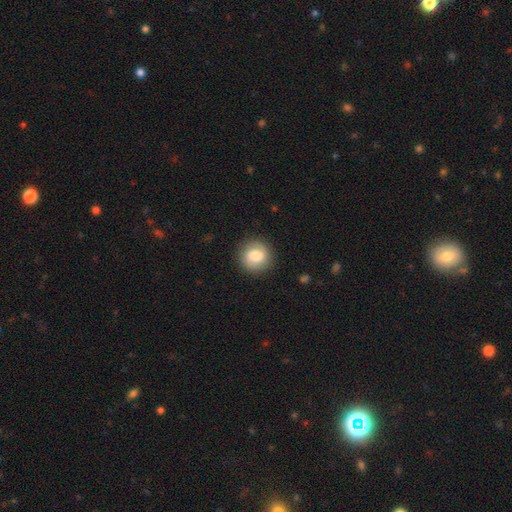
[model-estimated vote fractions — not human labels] Smooth or featured?
  - smooth: 68% *
  - featured or disk: 24%
  - star or artifact: 7%
How rounded?
  - round: 91% *
  - in between: 8%
  - cigar-shaped: 1%
Merging?
  - none: 88% *
  - minor disturbance: 8%
  - major disturbance: 3%
  - merger: 1%